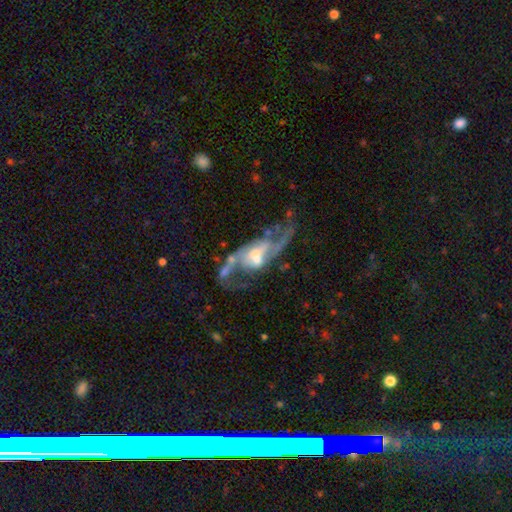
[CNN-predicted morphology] Smooth or featured: featured or disk — 83% (smooth — 10%)
Edge-on disk: no — 94% (yes — 6%)
Bar: weak — 43% (no — 31%)
Spiral arms: yes — 85% (no — 15%)
Spiral winding: loose — 65% (medium — 28%)
Spiral arm count: 2 — 85% (can't tell — 6%)
Bulge size: moderate — 45% (small — 33%)
Merging: none — 39% (major disturbance — 29%)